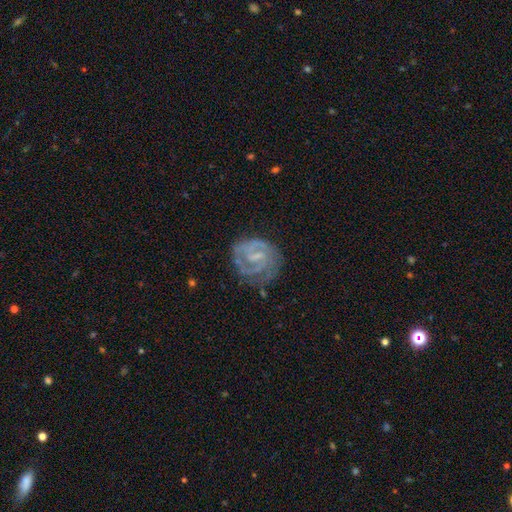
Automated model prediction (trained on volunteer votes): Q: Smooth or featured?
A: featured or disk (82%); runner-up: smooth (12%)
Q: Edge-on disk?
A: no (98%); runner-up: yes (2%)
Q: Bar?
A: weak (55%); runner-up: no (25%)
Q: Spiral arms?
A: yes (92%); runner-up: no (8%)
Q: Spiral winding?
A: tight (54%); runner-up: medium (37%)
Q: Spiral arm count?
A: 2 (61%); runner-up: can't tell (17%)
Q: Bulge size?
A: small (46%); runner-up: none (33%)
Q: Merging?
A: none (66%); runner-up: minor disturbance (20%)